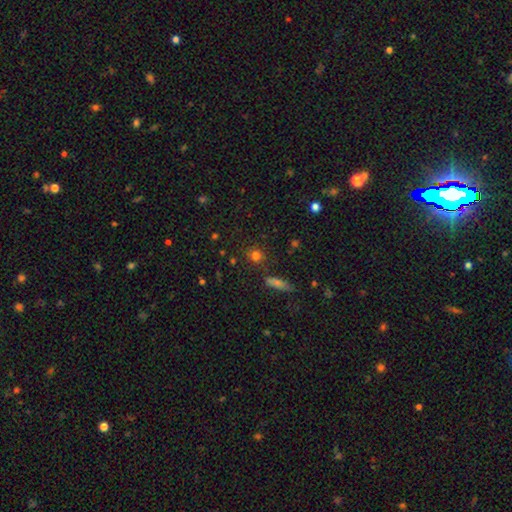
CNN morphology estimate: Smooth or featured: smooth — 76% (star or artifact — 17%)
How rounded: round — 81% (in between — 16%)
Merging: none — 83% (minor disturbance — 10%)